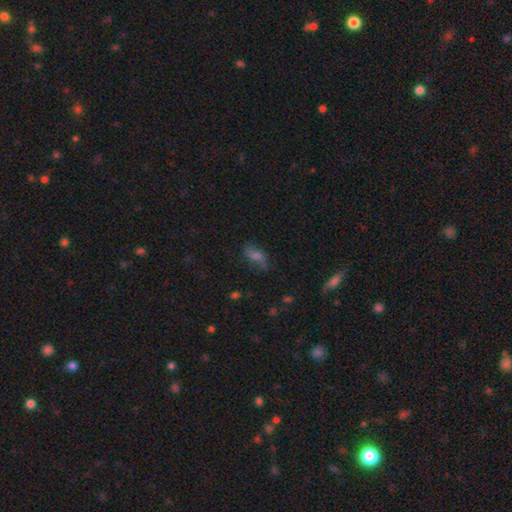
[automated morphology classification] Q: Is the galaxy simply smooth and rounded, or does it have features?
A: featured or disk — 44%.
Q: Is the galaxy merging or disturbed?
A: none — 70%.